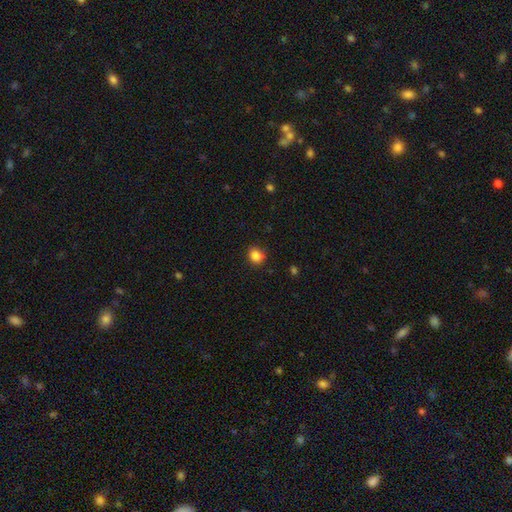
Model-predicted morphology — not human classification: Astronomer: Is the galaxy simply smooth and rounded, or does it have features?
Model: smooth — 85%.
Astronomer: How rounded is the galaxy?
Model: round — 64%.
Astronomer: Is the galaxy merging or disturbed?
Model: none — 81%.